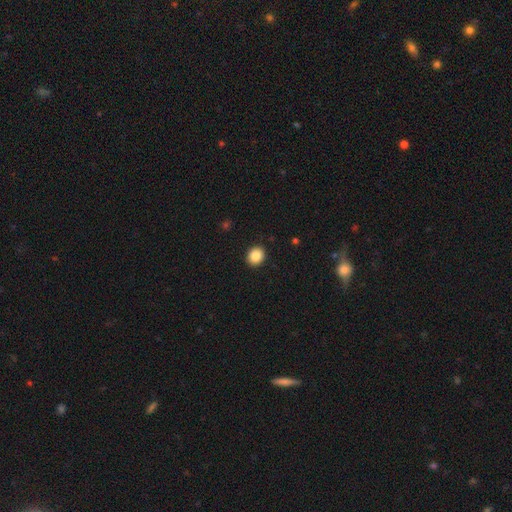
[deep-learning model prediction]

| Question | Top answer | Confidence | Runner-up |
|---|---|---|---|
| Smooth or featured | smooth | 87% | star or artifact (9%) |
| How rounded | round | 69% | in between (30%) |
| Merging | none | 91% | minor disturbance (6%) |